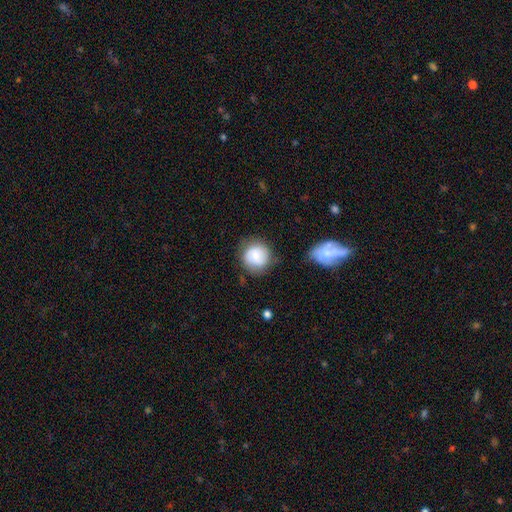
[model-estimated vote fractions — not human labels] Smooth or featured? Predicted: smooth (p=0.72). How rounded? Predicted: round (p=0.90). Merging? Predicted: none (p=0.73).